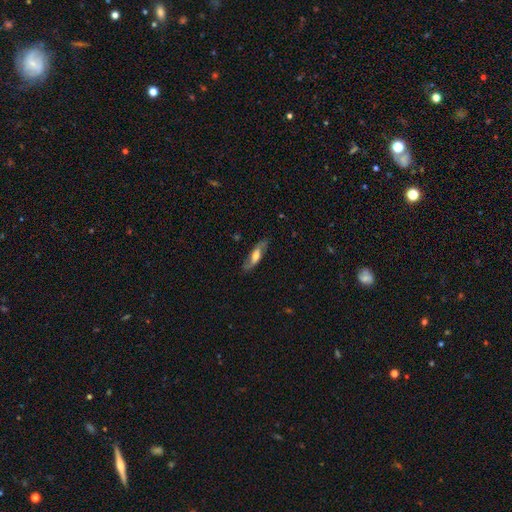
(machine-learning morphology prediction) smooth-or-featured: featured or disk: 59% | smooth: 35% | star or artifact: 6%
  disk-edge-on: no: 69% | yes: 31%
  merging: none: 79% | minor disturbance: 15% | major disturbance: 4% | merger: 1%